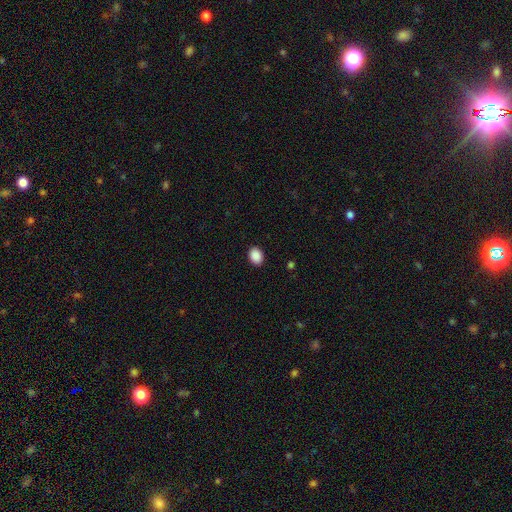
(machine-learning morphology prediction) Smooth or featured? smooth (90%)
How rounded? in between (69%)
Merging? none (90%)